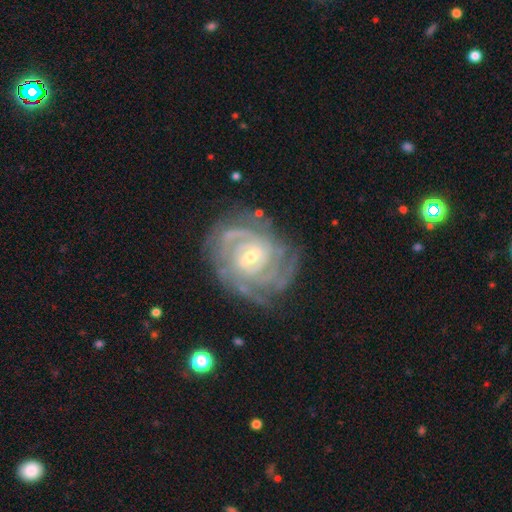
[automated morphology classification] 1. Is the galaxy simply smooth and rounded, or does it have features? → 89% featured or disk, 6% star or artifact, 5% smooth.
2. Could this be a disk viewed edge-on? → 97% no, 3% yes.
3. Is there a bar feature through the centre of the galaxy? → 44% no, 41% weak, 14% strong.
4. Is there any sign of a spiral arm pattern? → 97% yes, 3% no.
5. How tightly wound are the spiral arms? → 73% tight, 23% medium, 4% loose.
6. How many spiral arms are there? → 26% can't tell, 23% 3, 21% 2, 16% 4, 7% more than 4, 6% 1.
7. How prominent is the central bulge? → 59% small, 37% moderate, 2% large, 1% none, 1% dominant.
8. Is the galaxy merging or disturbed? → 74% none, 17% minor disturbance, 7% major disturbance, 2% merger.